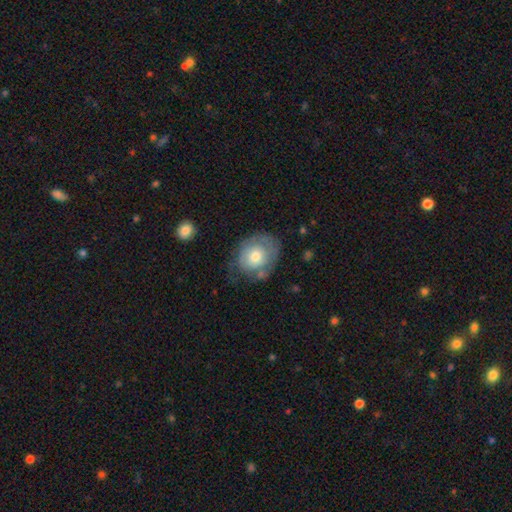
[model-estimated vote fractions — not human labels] Q: Smooth or featured?
A: smooth (55%); runner-up: featured or disk (38%)
Q: How rounded?
A: round (53%); runner-up: in between (46%)
Q: Merging?
A: none (55%); runner-up: minor disturbance (28%)